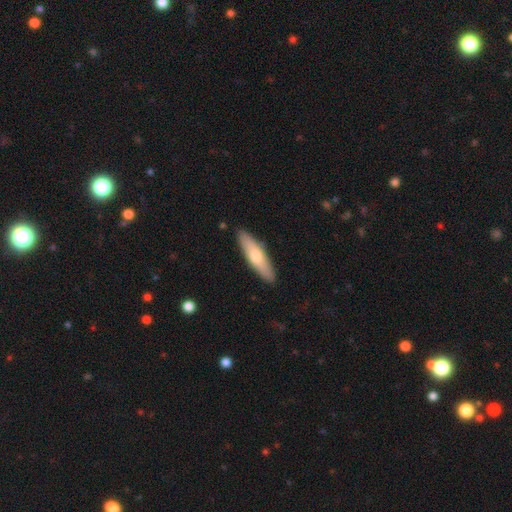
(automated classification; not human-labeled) Smooth or featured?
  - smooth: 65% *
  - featured or disk: 30%
  - star or artifact: 5%
How rounded?
  - cigar-shaped: 74% *
  - in between: 24%
  - round: 2%
Merging?
  - none: 89% *
  - minor disturbance: 8%
  - major disturbance: 2%
  - merger: 1%